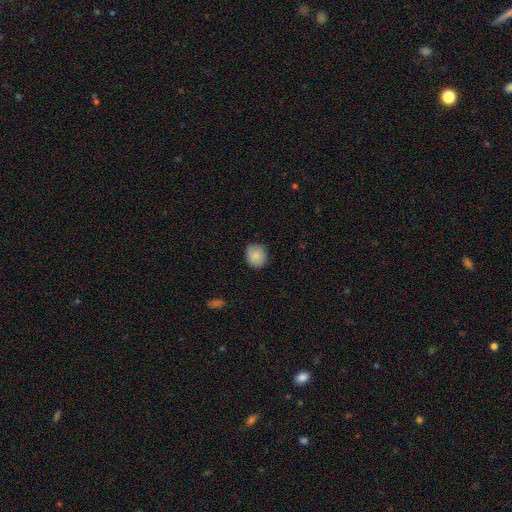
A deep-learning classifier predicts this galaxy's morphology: This is clearly a smooth galaxy (86%). How rounded: clearly round (84%). Merging: clearly none (82%).